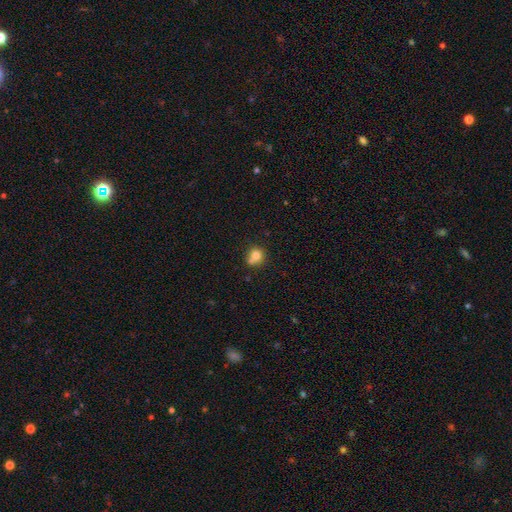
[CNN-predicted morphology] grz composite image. It shows a smooth galaxy with no disk features (77%) that is round (84%). Merging: none (55%).